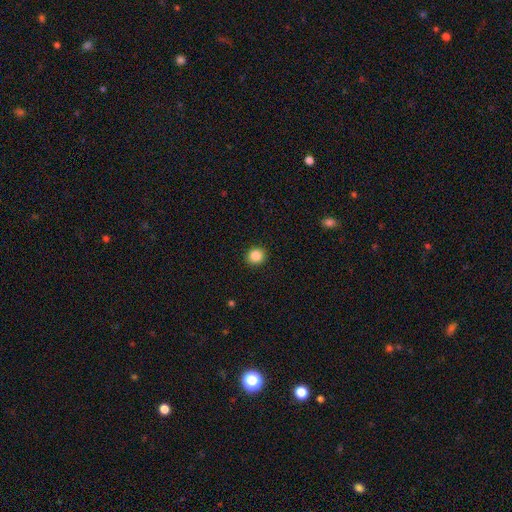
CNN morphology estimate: smooth-or-featured: smooth: 87% | star or artifact: 10% | featured or disk: 4%
  how-rounded: round: 87% | in between: 12% | cigar-shaped: 1%
  merging: none: 92% | minor disturbance: 5% | major disturbance: 2% | merger: 1%